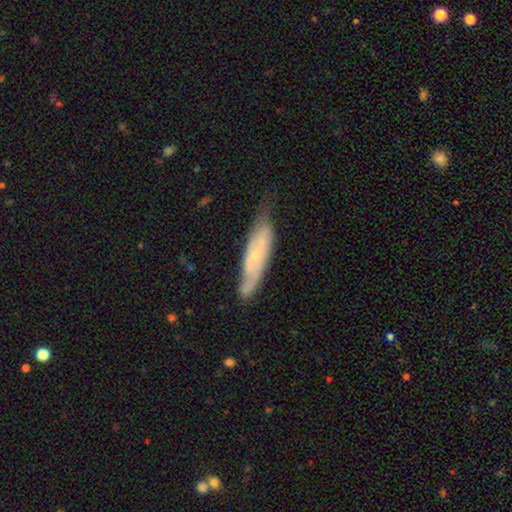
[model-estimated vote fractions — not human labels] A featured or disk galaxy (62%).

Vote fractions:
- Smooth or featured? featured or disk: 62% / smooth: 32% / star or artifact: 6%
- Edge-on disk? no: 69% / yes: 31%
- Merging? none: 60% / minor disturbance: 29% / major disturbance: 9% / merger: 2%